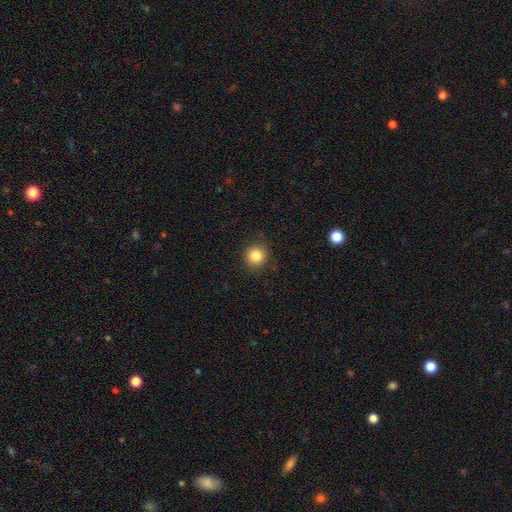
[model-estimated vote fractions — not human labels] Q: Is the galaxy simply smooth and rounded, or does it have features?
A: smooth — 84%.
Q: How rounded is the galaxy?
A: round — 93%.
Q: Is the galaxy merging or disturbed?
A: none — 87%.